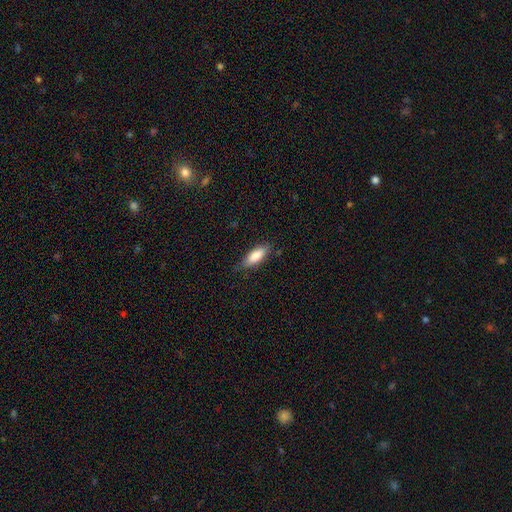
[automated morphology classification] A smooth galaxy with no disk features (82%) that is in between round and cigar-shaped (64%).

Vote fractions:
- Smooth or featured? smooth: 82% / featured or disk: 12% / star or artifact: 6%
- How rounded? in between: 64% / cigar-shaped: 34% / round: 2%
- Merging? none: 78% / minor disturbance: 18% / major disturbance: 3% / merger: 1%